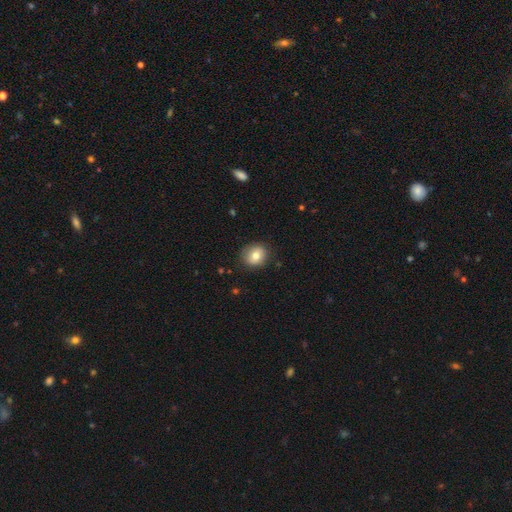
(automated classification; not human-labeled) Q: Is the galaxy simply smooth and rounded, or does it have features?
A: smooth — 77%.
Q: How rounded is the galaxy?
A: round — 73%.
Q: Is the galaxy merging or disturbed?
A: none — 84%.